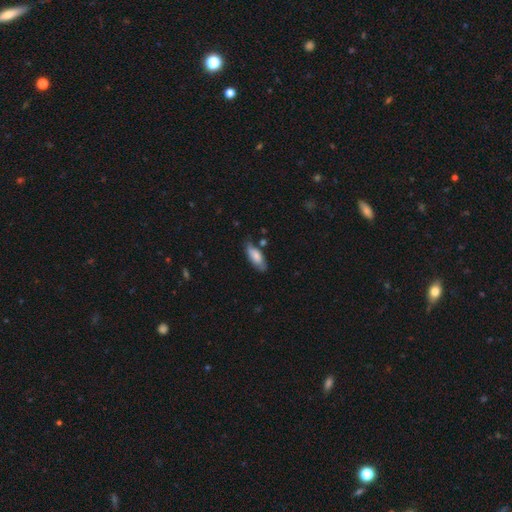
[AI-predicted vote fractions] smooth-or-featured: smooth: 74% | featured or disk: 20% | star or artifact: 6%
  how-rounded: in between: 76% | cigar-shaped: 22% | round: 2%
  merging: none: 66% | minor disturbance: 24% | major disturbance: 5% | merger: 4%